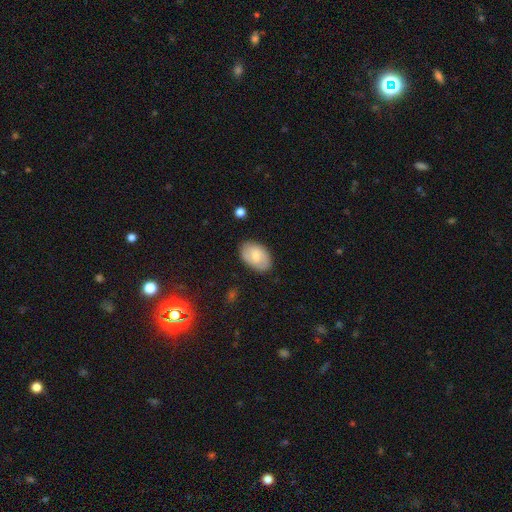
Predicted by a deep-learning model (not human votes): Overall: smooth (67%). How rounded: in between (90%). Merging: none (83%).